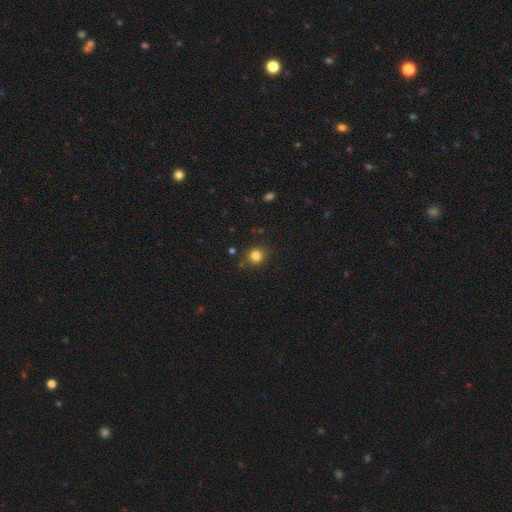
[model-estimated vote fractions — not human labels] Overall: smooth (82%). How rounded: round (86%). Merging: none (84%).